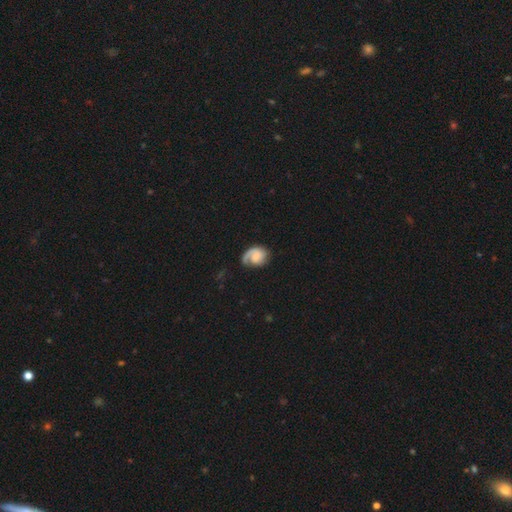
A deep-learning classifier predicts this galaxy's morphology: This is likely a featured or disk galaxy (69%). It is clearly not viewed edge-on (98%). Bar: likely no (65%). Spiral arm pattern: clearly yes (94%). Spiral arm count: likely 1 (69%). Spiral winding: marginally medium (38%). Central bulge: marginally small (36%). Merging: possibly none (58%).